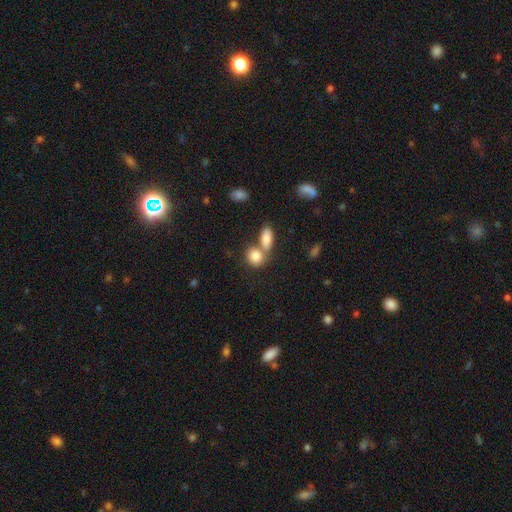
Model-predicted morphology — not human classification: Overall: smooth (84%). How rounded: in between (49%; round 48%). Merging: merger (47%; none 40%).